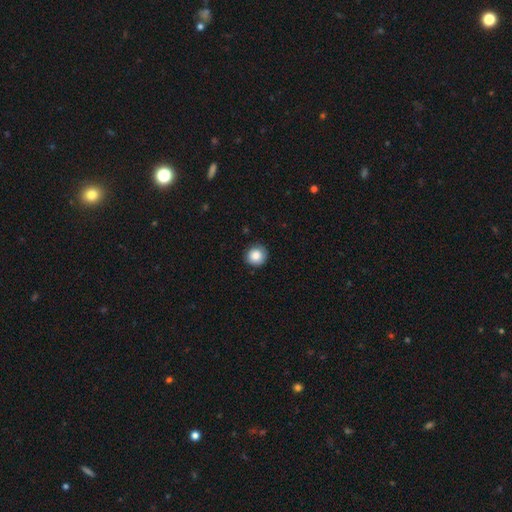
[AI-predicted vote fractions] This is clearly a smooth galaxy (85%). How rounded: clearly round (94%). Merging: clearly none (87%).